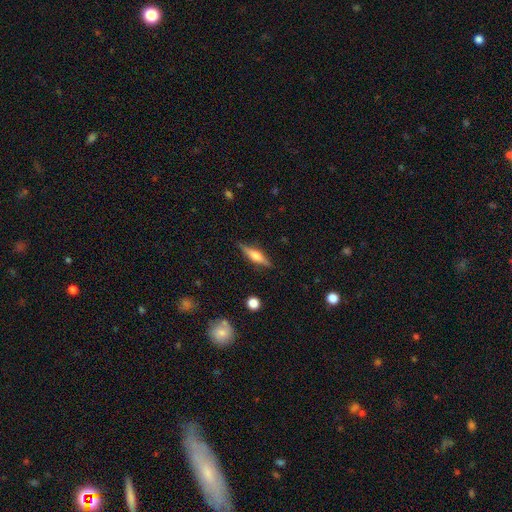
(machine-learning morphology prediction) Smooth or featured: featured or disk — 57% (smooth — 36%)
Edge-on disk: yes — 96% (no — 4%)
Edge-on bulge: rounded — 79% (boxy — 16%)
Merging: none — 86% (minor disturbance — 10%)